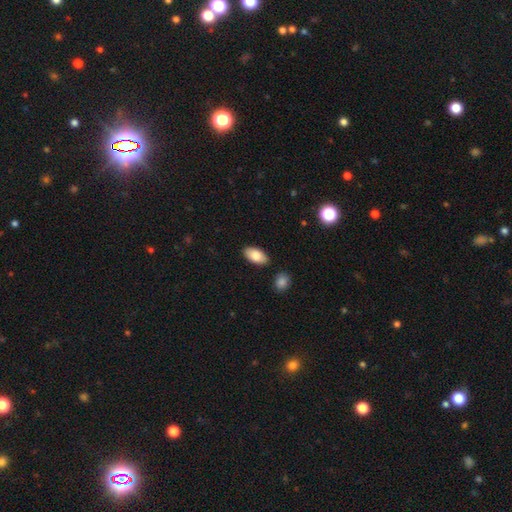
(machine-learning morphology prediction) Smooth or featured? Predicted: smooth (p=0.83). How rounded? Predicted: in between (p=0.94). Merging? Predicted: none (p=0.87).